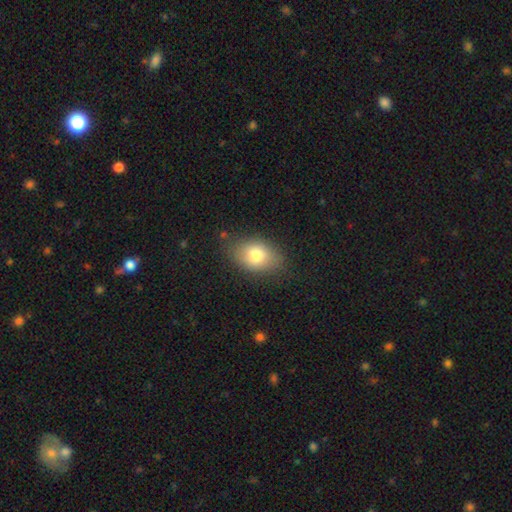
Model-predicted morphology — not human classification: smooth-or-featured: smooth: 78% | featured or disk: 13% | star or artifact: 9%
  how-rounded: in between: 80% | round: 19% | cigar-shaped: 1%
  merging: none: 77% | minor disturbance: 16% | major disturbance: 5% | merger: 2%